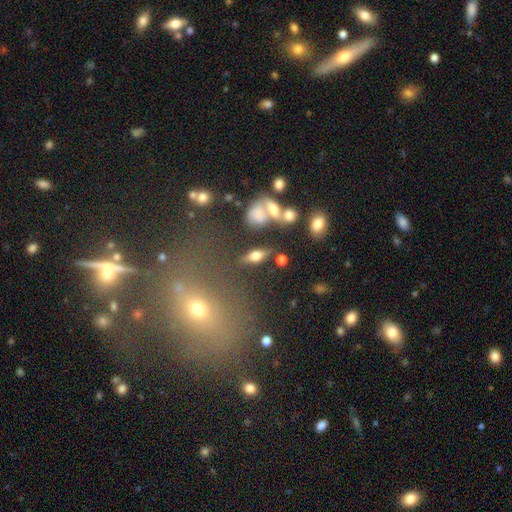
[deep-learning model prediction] The model was most divided on "smooth or featured": smooth: 50%, featured or disk: 38%, star or artifact: 11%. More confident: merging — none (71%); how rounded — in between (65%).